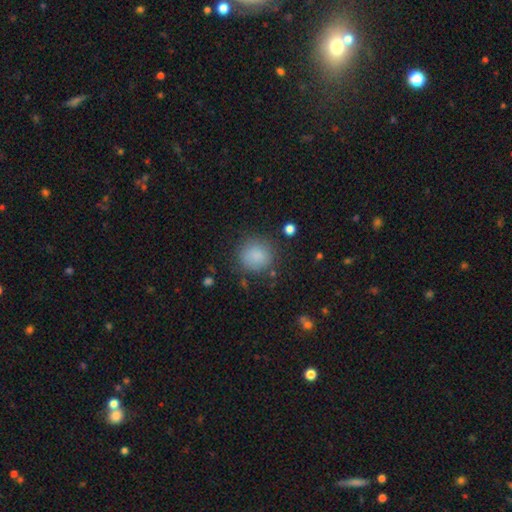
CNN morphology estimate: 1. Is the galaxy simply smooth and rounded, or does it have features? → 85% smooth, 9% star or artifact, 6% featured or disk.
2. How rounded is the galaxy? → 88% round, 11% in between, 1% cigar-shaped.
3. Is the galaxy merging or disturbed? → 80% none, 12% minor disturbance, 5% major disturbance, 2% merger.